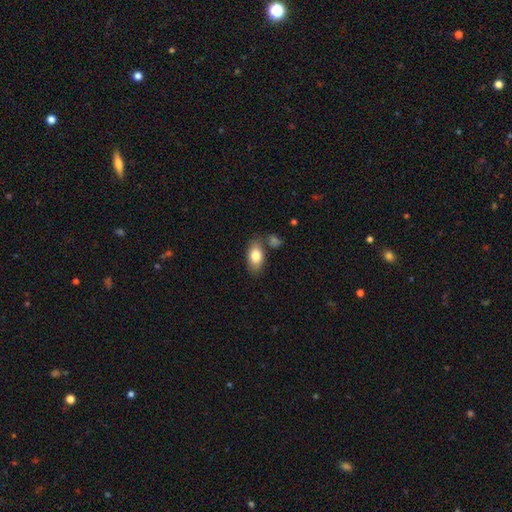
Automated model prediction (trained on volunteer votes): This appears to be a smooth galaxy with no disk features (81%) that is in between round and cigar-shaped (91%). Merging: none (72%).